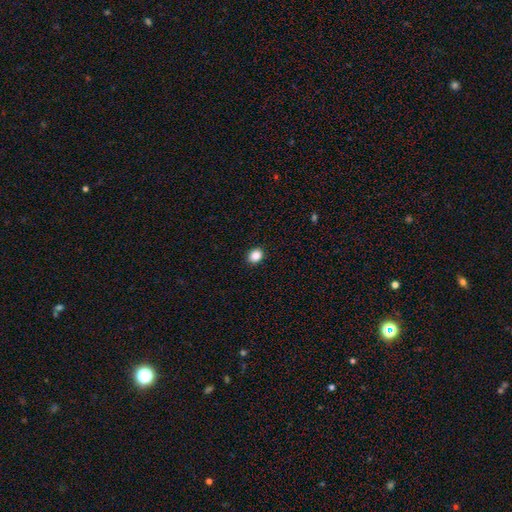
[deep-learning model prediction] smooth_or_featured: smooth (p=0.87) [alt: star or artifact p=0.10]
how_rounded: round (p=0.58) [alt: in between p=0.41]
merging: none (p=0.91) [alt: minor disturbance p=0.06]